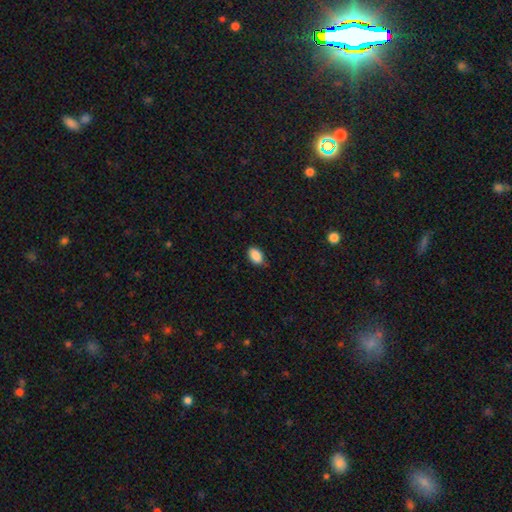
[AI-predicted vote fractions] A smooth galaxy with no disk features (89%) that is in between round and cigar-shaped (89%).

Vote fractions:
- Smooth or featured? smooth: 89% / star or artifact: 8% / featured or disk: 4%
- How rounded? in between: 89% / round: 10% / cigar-shaped: 1%
- Merging? none: 76% / minor disturbance: 20% / major disturbance: 3% / merger: 1%